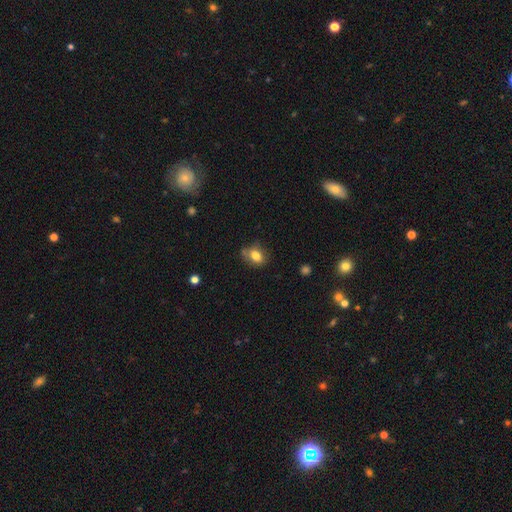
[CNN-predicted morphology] Q: Smooth or featured?
A: smooth (78%); runner-up: featured or disk (12%)
Q: How rounded?
A: in between (69%); runner-up: round (30%)
Q: Merging?
A: none (61%); runner-up: minor disturbance (27%)